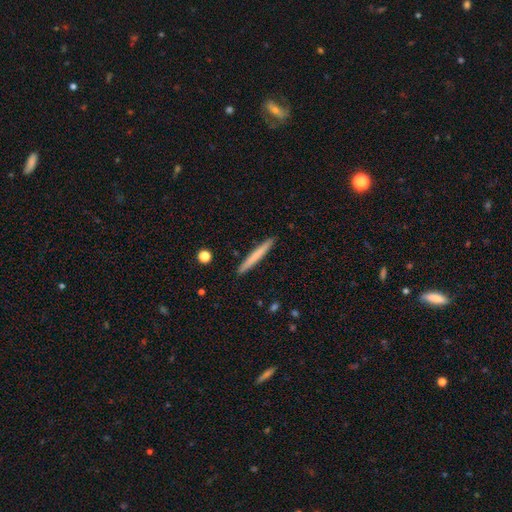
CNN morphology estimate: Overall: smooth (68%). How rounded: cigar-shaped (97%). Merging: none (92%).